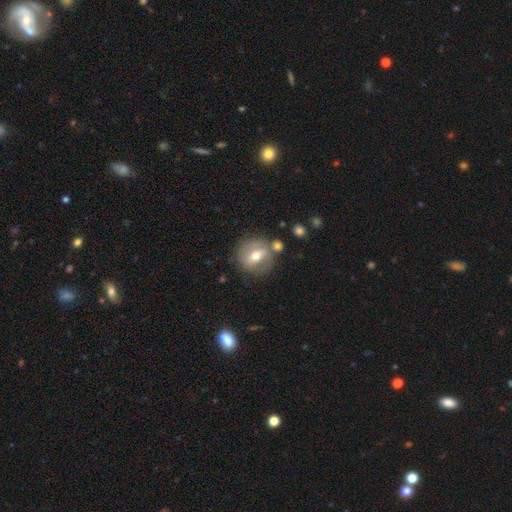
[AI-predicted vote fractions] Smooth or featured: featured or disk — 48% (smooth — 44%)
Merging: none — 73% (minor disturbance — 14%)